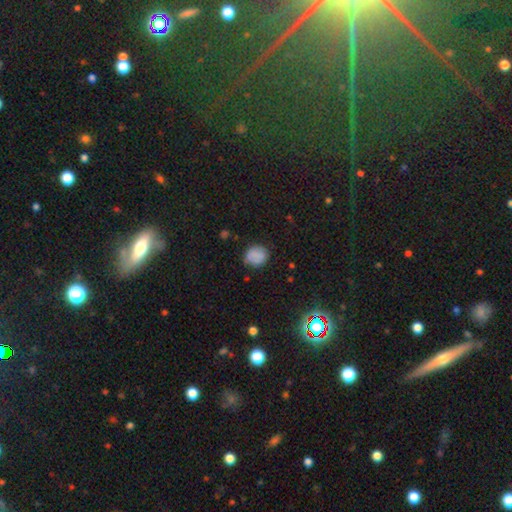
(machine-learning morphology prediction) The model was most divided on "how rounded": round: 71%, in between: 28%, cigar-shaped: 1%. More confident: smooth or featured — smooth (81%); merging — none (75%).